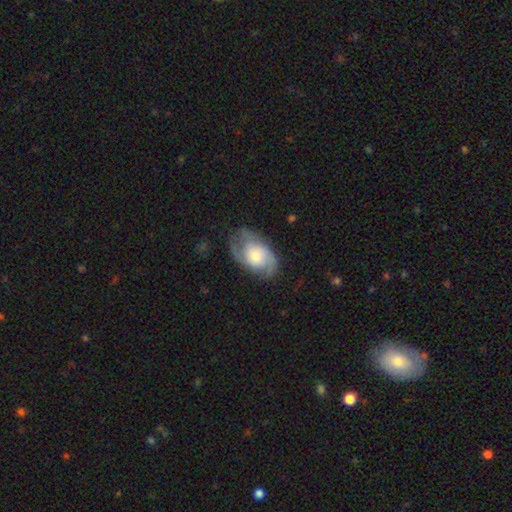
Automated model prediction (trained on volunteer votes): Smooth or featured? featured or disk (70%)
Edge-on disk? no (96%)
Bar? no (74%)
Spiral arms? yes (88%)
Spiral winding? medium (44%)
Spiral arm count? 2 (72%)
Bulge size? moderate (51%)
Merging? none (66%)